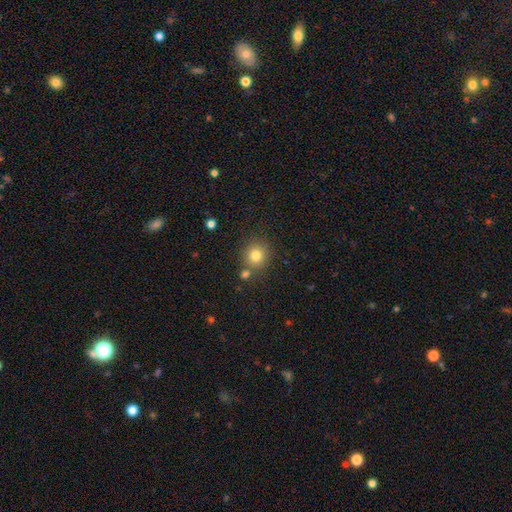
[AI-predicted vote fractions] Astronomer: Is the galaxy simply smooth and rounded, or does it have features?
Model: smooth — 80%.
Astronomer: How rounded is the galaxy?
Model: round — 88%.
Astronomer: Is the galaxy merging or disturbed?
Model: none — 75%.